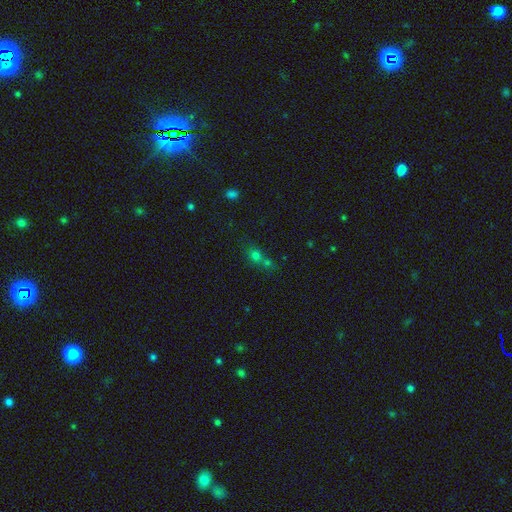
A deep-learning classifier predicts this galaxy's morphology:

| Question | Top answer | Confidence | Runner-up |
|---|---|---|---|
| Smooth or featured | smooth | 64% | star or artifact (25%) |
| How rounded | round | 76% | in between (22%) |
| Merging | merger | 44% | none (43%) |